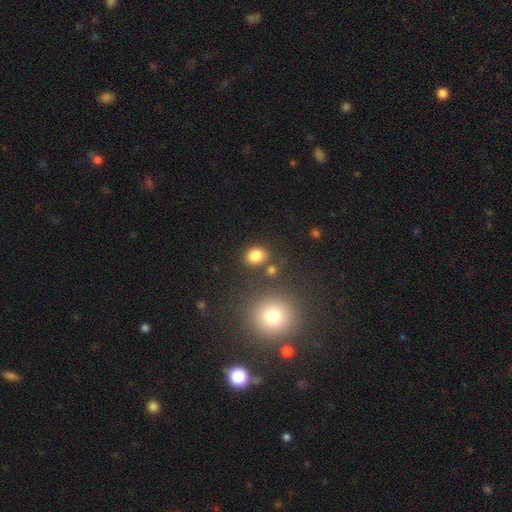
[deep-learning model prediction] Smooth or featured?
  - smooth: 82% *
  - star or artifact: 12%
  - featured or disk: 6%
How rounded?
  - round: 55% *
  - in between: 44%
  - cigar-shaped: 1%
Merging?
  - none: 78% *
  - minor disturbance: 10%
  - merger: 8%
  - major disturbance: 4%